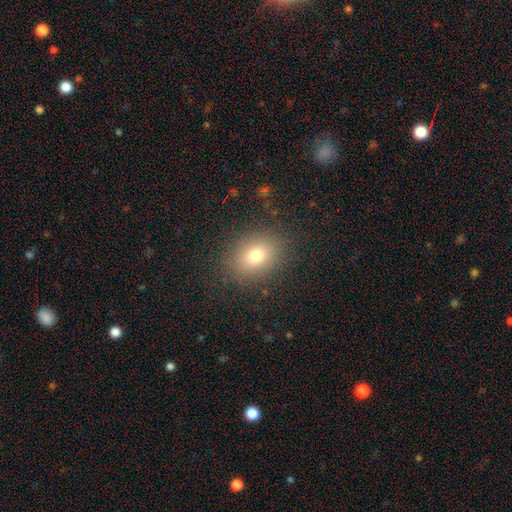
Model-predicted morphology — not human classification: Smooth or featured?
  - smooth: 77% *
  - star or artifact: 13%
  - featured or disk: 10%
How rounded?
  - in between: 54% *
  - round: 45%
  - cigar-shaped: 1%
Merging?
  - none: 87% *
  - minor disturbance: 9%
  - major disturbance: 3%
  - merger: 1%